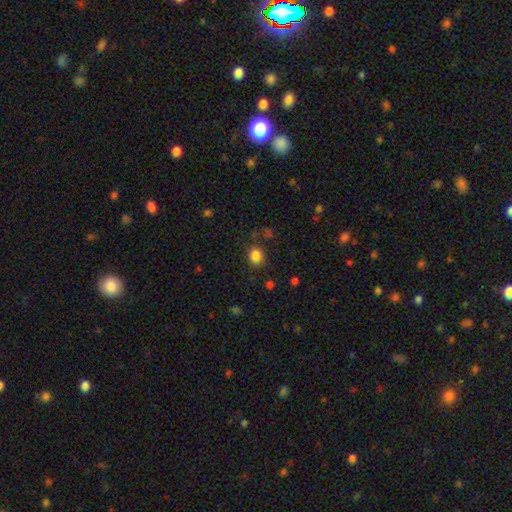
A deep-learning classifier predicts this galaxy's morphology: Smooth or featured?
  - smooth: 84% *
  - star or artifact: 11%
  - featured or disk: 4%
How rounded?
  - round: 67% *
  - in between: 32%
  - cigar-shaped: 1%
Merging?
  - none: 79% *
  - minor disturbance: 13%
  - major disturbance: 5%
  - merger: 3%